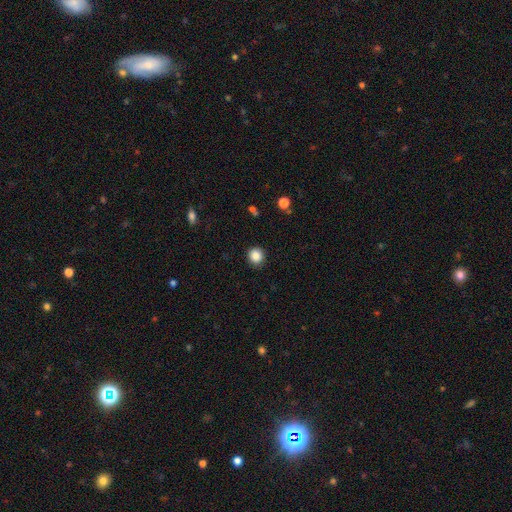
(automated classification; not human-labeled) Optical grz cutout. It shows a smooth galaxy with no disk features (86%) that is round (91%). Merging: none (89%).